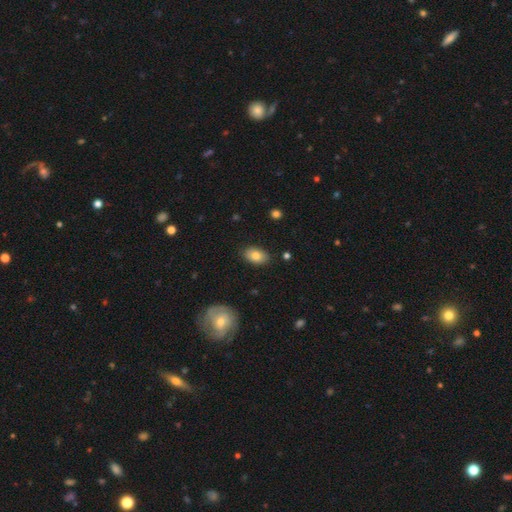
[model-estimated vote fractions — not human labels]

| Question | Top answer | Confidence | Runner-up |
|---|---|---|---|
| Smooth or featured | smooth | 80% | featured or disk (12%) |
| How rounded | in between | 89% | round (10%) |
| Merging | none | 86% | minor disturbance (10%) |